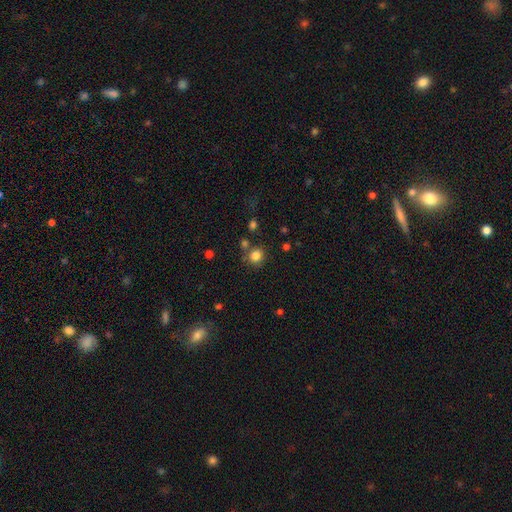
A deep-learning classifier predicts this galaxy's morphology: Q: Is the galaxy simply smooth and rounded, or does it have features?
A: smooth — 82%.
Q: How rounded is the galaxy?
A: round — 86%.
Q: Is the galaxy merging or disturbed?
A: none — 75%.